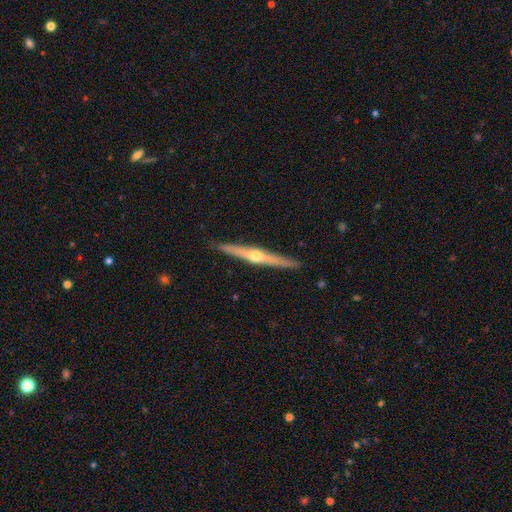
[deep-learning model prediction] Overall: featured or disk (75%). Edge-on disk: yes (98%). Edge-on bulge: rounded (92%). Merging: none (91%).